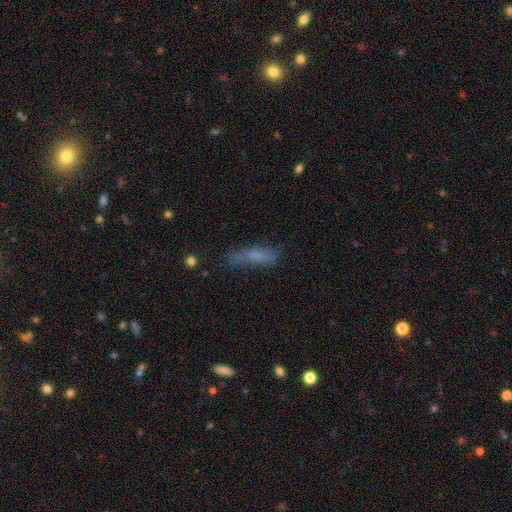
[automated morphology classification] A smooth galaxy with no disk features (67%) that is cigar-shaped (64%).

Vote fractions:
- Smooth or featured? smooth: 67% / featured or disk: 21% / star or artifact: 12%
- How rounded? cigar-shaped: 64% / in between: 34% / round: 3%
- Merging? none: 55% / minor disturbance: 27% / major disturbance: 14% / merger: 4%